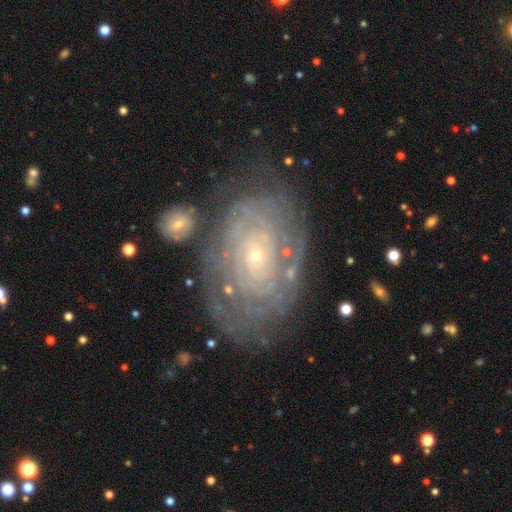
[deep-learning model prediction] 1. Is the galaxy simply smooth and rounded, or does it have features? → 79% featured or disk, 14% smooth, 7% star or artifact.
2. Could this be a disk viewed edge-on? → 95% no, 5% yes.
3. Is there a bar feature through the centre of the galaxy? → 82% no, 15% weak, 4% strong.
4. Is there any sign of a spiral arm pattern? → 81% yes, 19% no.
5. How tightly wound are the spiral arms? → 80% tight, 15% medium, 5% loose.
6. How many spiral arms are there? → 59% can't tell, 10% 2, 9% more than 4, 9% 4, 8% 3, 5% 1.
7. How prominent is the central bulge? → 84% small, 12% moderate, 2% none, 1% large, 1% dominant.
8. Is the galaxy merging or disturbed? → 68% none, 18% minor disturbance, 8% major disturbance, 6% merger.